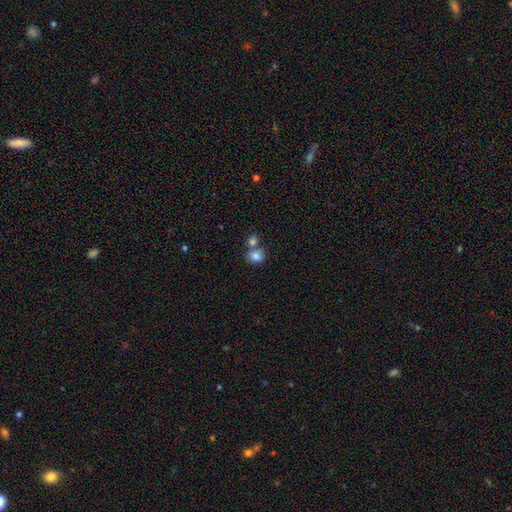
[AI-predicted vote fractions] smooth_or_featured: smooth (p=0.83) [alt: star or artifact p=0.09]
how_rounded: round (p=0.50) [alt: in between p=0.49]
merging: none (p=0.48) [alt: merger p=0.37]